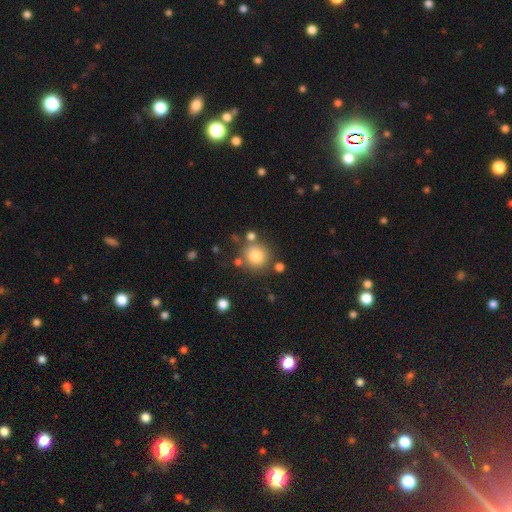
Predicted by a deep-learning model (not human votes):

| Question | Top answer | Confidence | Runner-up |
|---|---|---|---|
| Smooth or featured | smooth | 79% | star or artifact (12%) |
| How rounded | round | 92% | in between (7%) |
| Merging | none | 77% | minor disturbance (10%) |